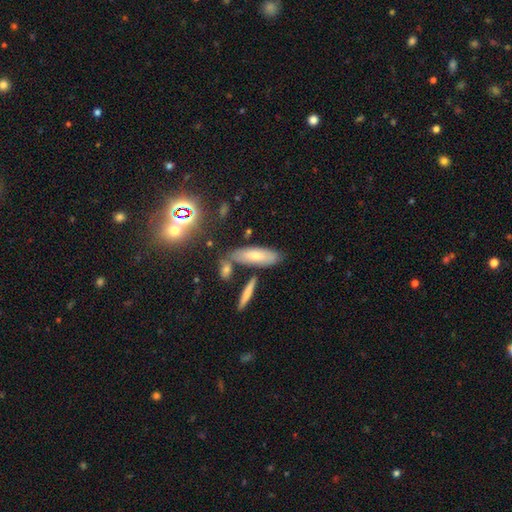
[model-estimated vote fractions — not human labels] Smooth or featured: smooth — 65% (featured or disk — 25%)
How rounded: in between — 60% (cigar-shaped — 37%)
Merging: none — 69% (minor disturbance — 15%)